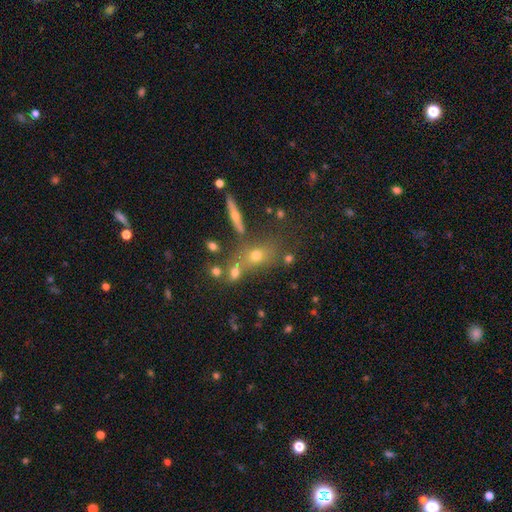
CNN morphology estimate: smooth 57%, featured or disk 24%, star or artifact 20%. Down the decision tree: how rounded — in between (50%); merging — none (55%).